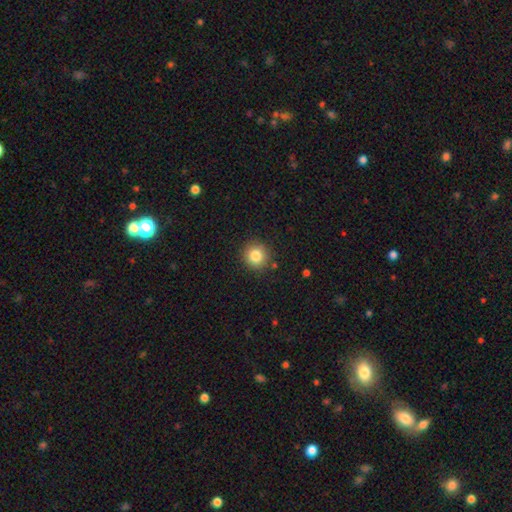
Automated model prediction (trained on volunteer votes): Morphology: type=smooth (83%); roundness=round (93%); merging=none (89%).